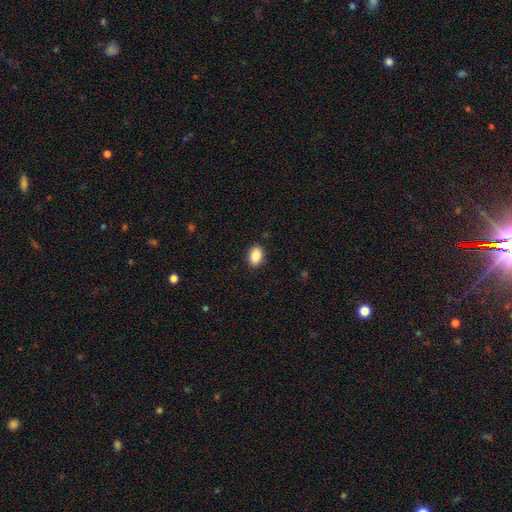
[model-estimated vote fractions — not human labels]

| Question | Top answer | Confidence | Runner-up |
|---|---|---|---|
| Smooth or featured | smooth | 89% | star or artifact (7%) |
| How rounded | in between | 89% | round (10%) |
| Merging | none | 89% | minor disturbance (8%) |